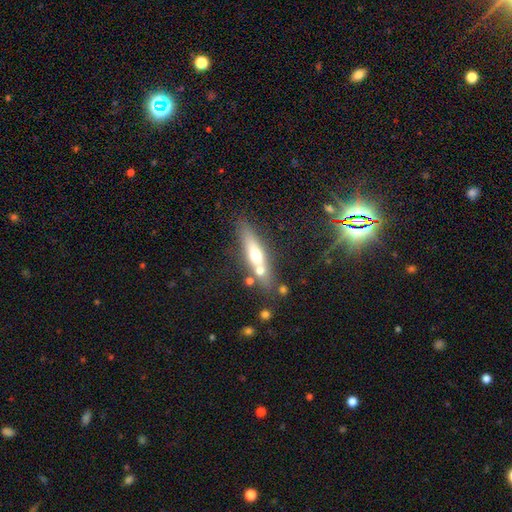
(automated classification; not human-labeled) A smooth galaxy with no disk features (50%). Merging: none (61%).